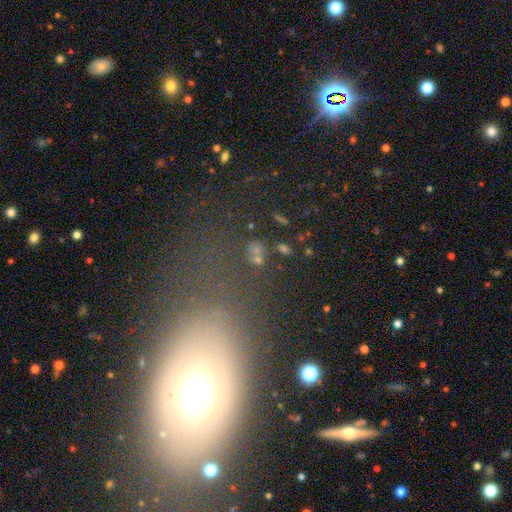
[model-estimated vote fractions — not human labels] smooth-or-featured: star or artifact: 41% | smooth: 39% | featured or disk: 20%